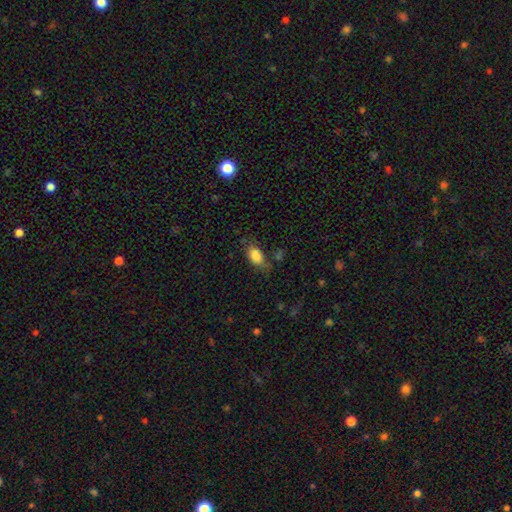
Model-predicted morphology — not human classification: Smooth or featured? smooth (82%)
How rounded? in between (88%)
Merging? none (59%)